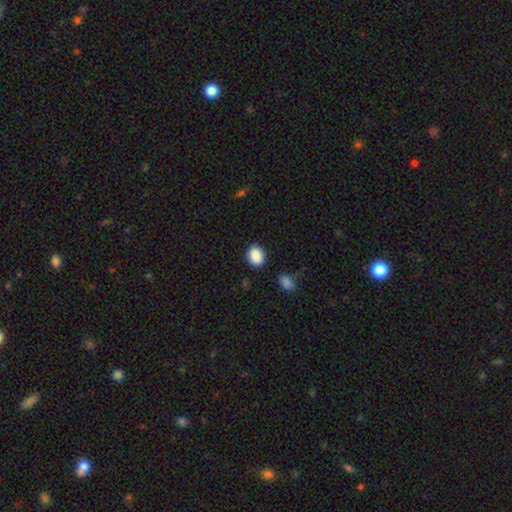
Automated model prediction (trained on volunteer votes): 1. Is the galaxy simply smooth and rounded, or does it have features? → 88% smooth, 8% star or artifact, 4% featured or disk.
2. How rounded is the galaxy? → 62% in between, 37% round, 1% cigar-shaped.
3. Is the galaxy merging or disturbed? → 83% none, 11% minor disturbance, 3% merger, 3% major disturbance.